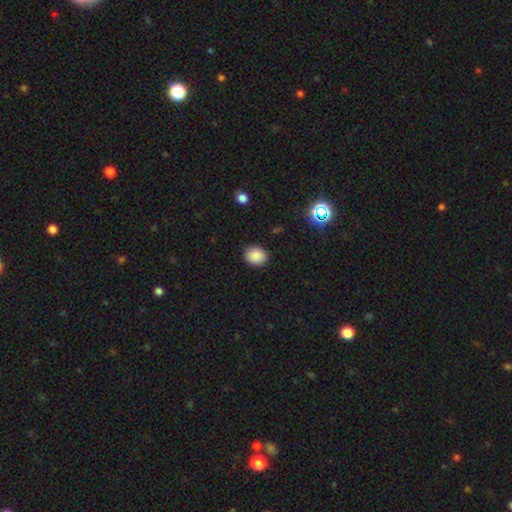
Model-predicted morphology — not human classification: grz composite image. It shows a smooth galaxy with no disk features (87%) that is round (61%). Merging: none (89%).